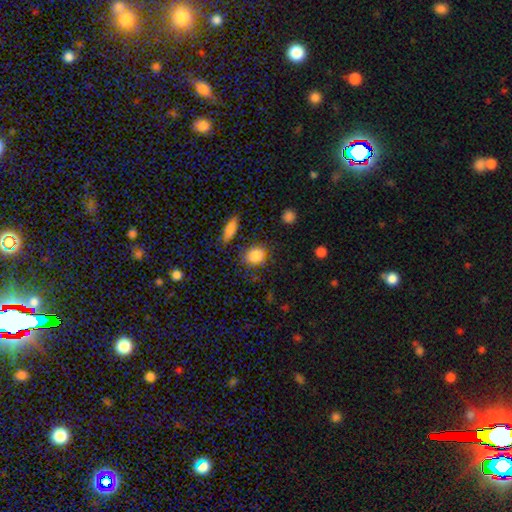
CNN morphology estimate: type=smooth (83%); roundness=round (57%); merging=none (75%).